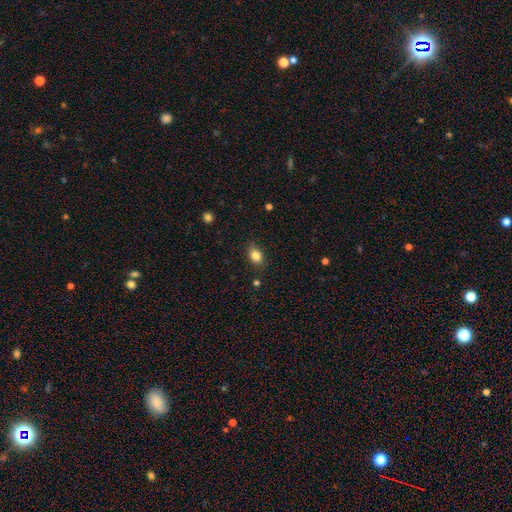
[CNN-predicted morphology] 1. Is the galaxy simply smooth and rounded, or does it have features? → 84% smooth, 10% star or artifact, 6% featured or disk.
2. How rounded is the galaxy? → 68% in between, 30% round, 1% cigar-shaped.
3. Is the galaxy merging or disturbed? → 82% none, 14% minor disturbance, 3% major disturbance, 1% merger.